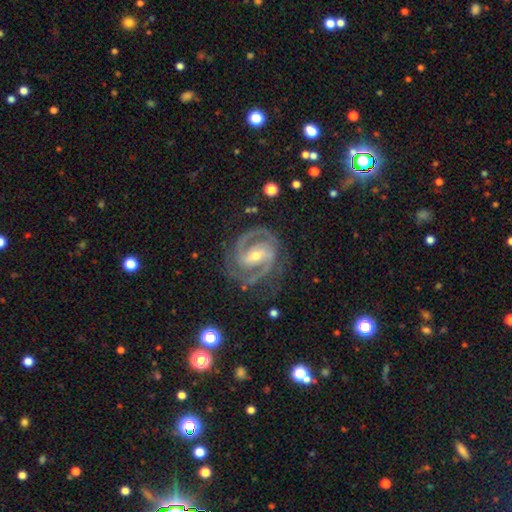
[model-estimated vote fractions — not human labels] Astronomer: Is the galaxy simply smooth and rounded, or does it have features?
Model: featured or disk — 93%.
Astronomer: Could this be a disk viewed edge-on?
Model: no — 98%.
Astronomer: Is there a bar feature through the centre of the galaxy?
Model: strong — 42% (runner-up: weak, 39%).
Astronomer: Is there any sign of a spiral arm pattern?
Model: yes — 98%.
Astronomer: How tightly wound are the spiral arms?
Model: tight — 54% (runner-up: medium, 41%).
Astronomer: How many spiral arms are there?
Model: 2 — 81%.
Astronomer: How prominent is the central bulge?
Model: moderate — 49% (runner-up: small, 48%).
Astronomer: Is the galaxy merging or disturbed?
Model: none — 76%.